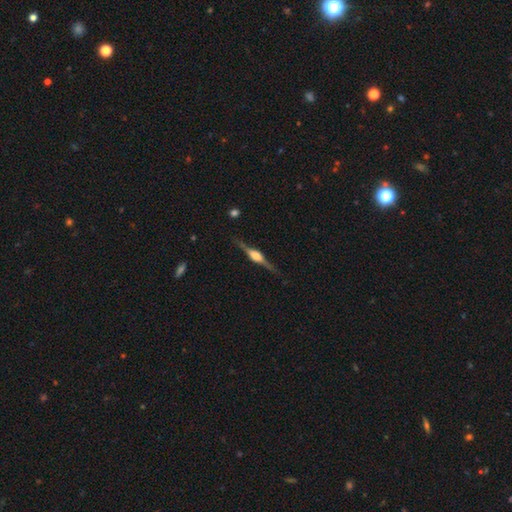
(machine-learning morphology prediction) Smooth or featured? Predicted: featured or disk (p=0.85). Edge-on disk? Predicted: yes (p=0.98). Edge-on bulge? Predicted: rounded (p=0.85). Merging? Predicted: none (p=0.87).